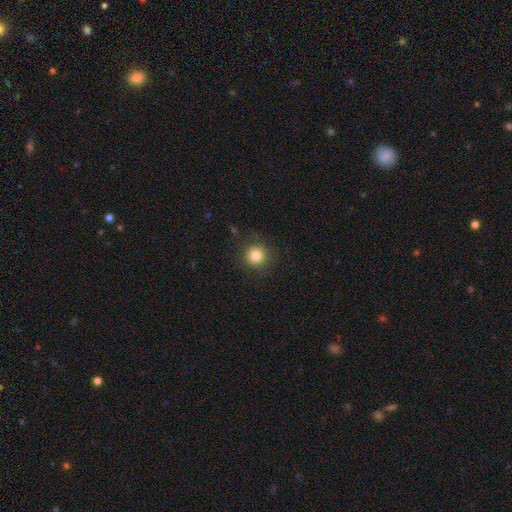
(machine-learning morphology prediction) This appears to be a smooth galaxy with no disk features (83%) that is round (94%). Merging: none (88%).